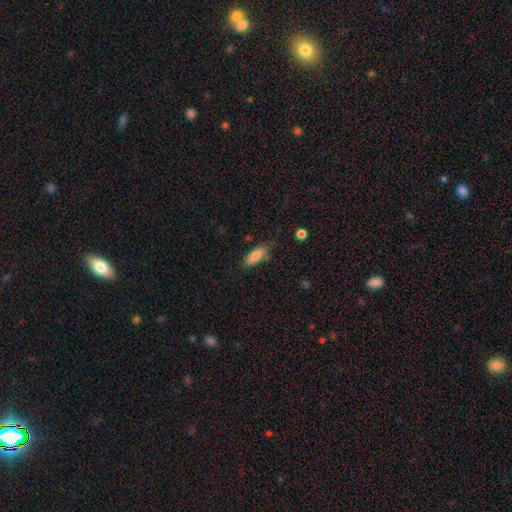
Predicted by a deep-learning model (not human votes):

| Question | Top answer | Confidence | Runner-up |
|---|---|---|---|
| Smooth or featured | smooth | 80% | featured or disk (13%) |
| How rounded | in between | 73% | cigar-shaped (25%) |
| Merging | none | 70% | minor disturbance (22%) |